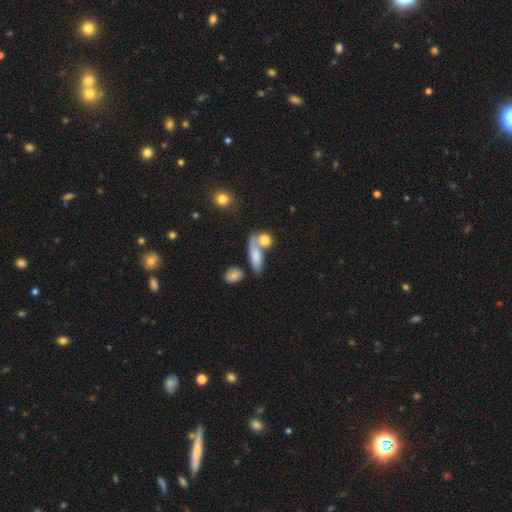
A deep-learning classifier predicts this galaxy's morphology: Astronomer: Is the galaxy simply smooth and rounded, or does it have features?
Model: smooth — 76%.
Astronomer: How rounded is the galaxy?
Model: in between — 57%.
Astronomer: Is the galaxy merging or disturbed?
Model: none — 39%, tied with merger at 39%.